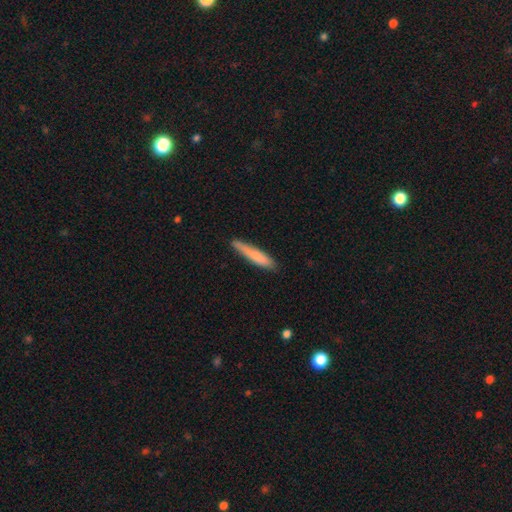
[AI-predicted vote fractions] smooth-or-featured: smooth: 73% | featured or disk: 21% | star or artifact: 6%
  how-rounded: cigar-shaped: 91% | in between: 8% | round: 1%
  merging: none: 80% | minor disturbance: 16% | major disturbance: 2% | merger: 2%